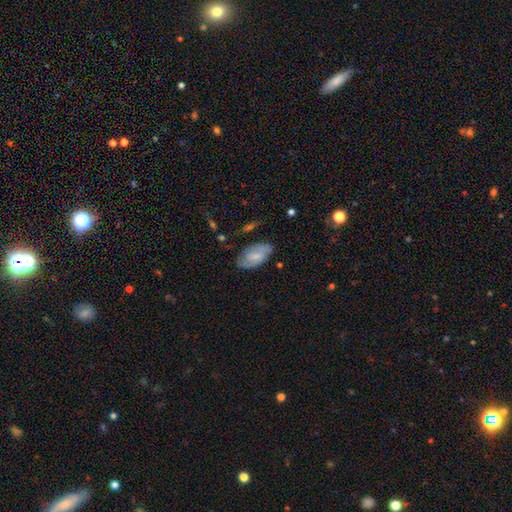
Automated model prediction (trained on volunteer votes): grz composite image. It shows a featured or disk galaxy (48%). Merging: none (67%).